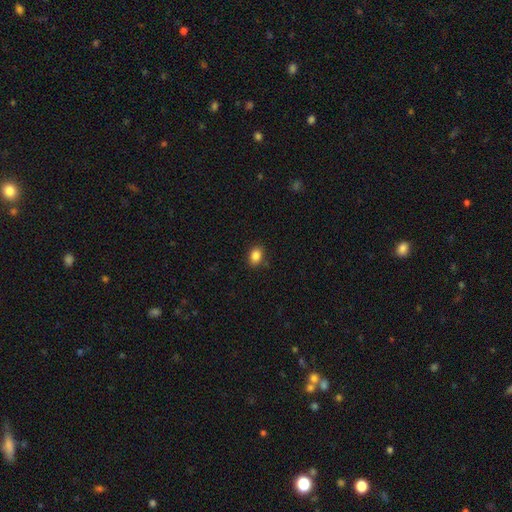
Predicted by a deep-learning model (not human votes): smooth-or-featured: smooth: 86% | star or artifact: 9% | featured or disk: 5%
  how-rounded: in between: 73% | round: 26% | cigar-shaped: 1%
  merging: none: 87% | minor disturbance: 9% | major disturbance: 2% | merger: 1%